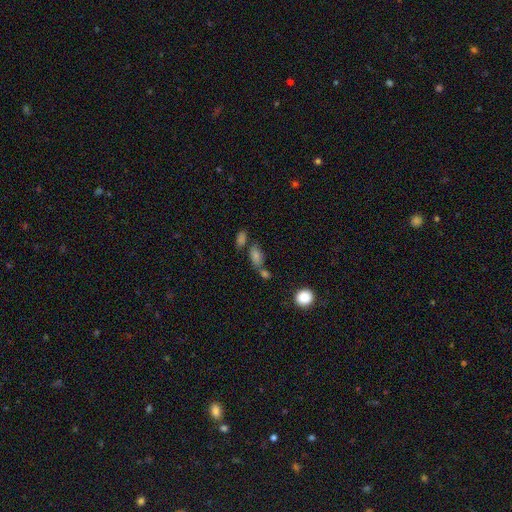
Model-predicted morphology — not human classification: A smooth galaxy with no disk features (59%) that is in between round and cigar-shaped (74%). Merging: none (53%).